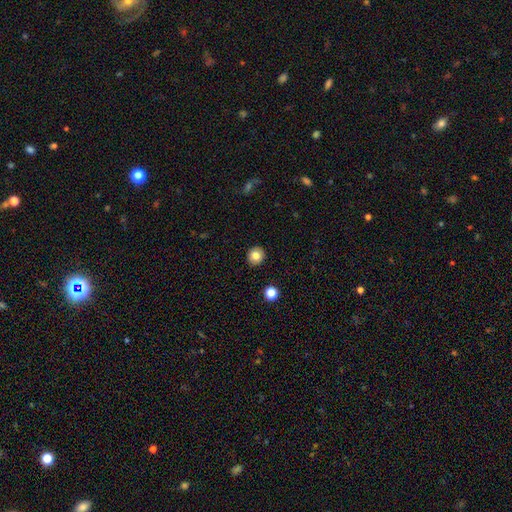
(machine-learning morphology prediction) smooth 82%, star or artifact 10%, featured or disk 7%. Down the decision tree: how rounded — round (92%); merging — none (92%).